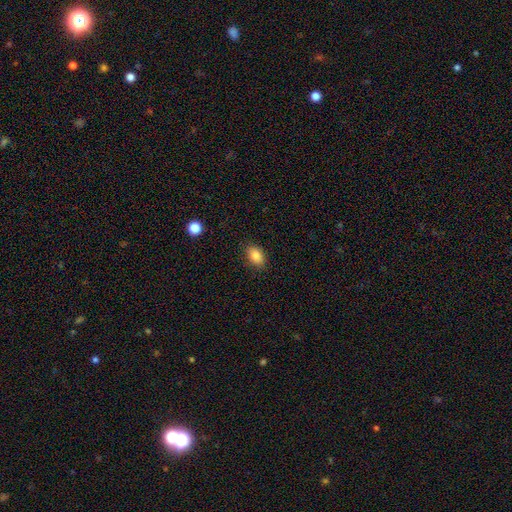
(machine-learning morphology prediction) Smooth or featured: smooth — 85% (star or artifact — 9%)
How rounded: in between — 84% (round — 14%)
Merging: none — 87% (minor disturbance — 10%)